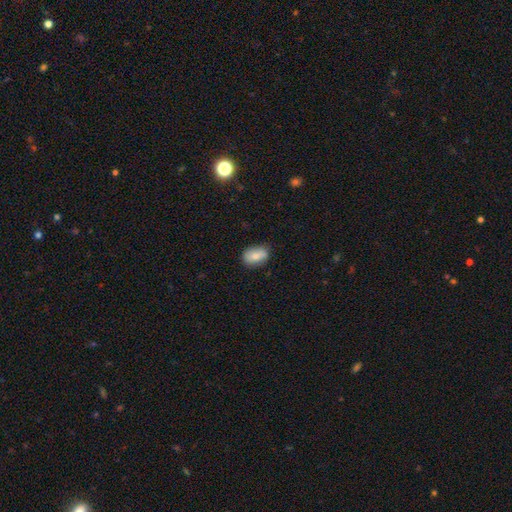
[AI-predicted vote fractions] This appears to be a smooth galaxy with no disk features (76%) that is in between round and cigar-shaped (85%). Merging: none (78%).